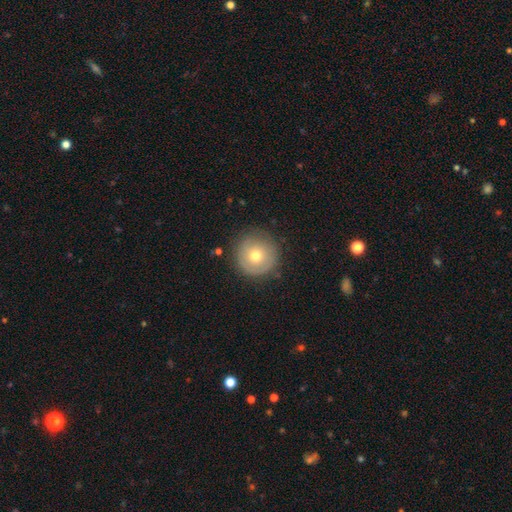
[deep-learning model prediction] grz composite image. It shows a smooth galaxy with no disk features (64%) that is round (96%). Merging: none (81%).